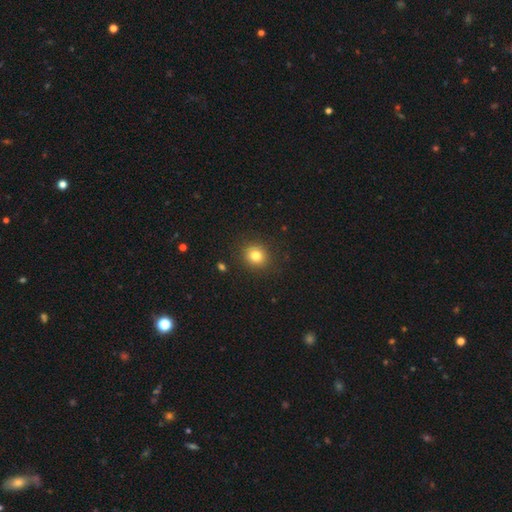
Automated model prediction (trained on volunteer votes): Smooth or featured? Predicted: smooth (p=0.81). How rounded? Predicted: round (p=0.82). Merging? Predicted: none (p=0.89).